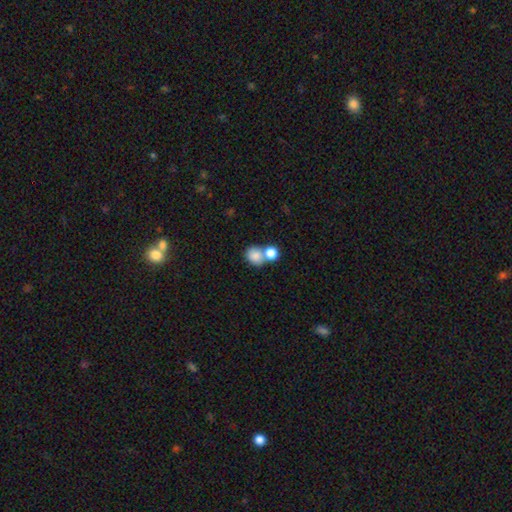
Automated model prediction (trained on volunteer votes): Overall: smooth (82%). How rounded: round (71%). Merging: merger (49%; none 39%).